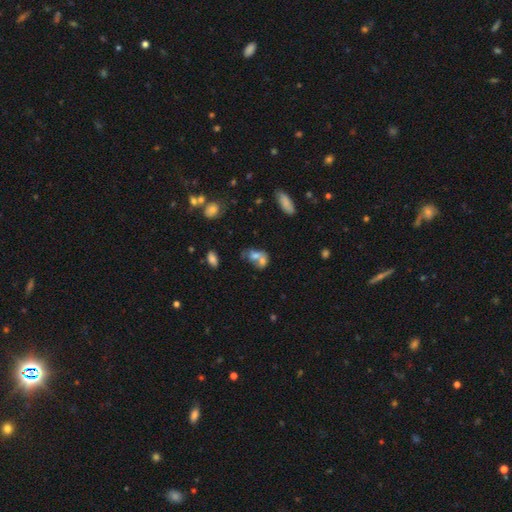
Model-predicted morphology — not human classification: Smooth or featured: smooth — 62% (featured or disk — 26%)
How rounded: in between — 67% (round — 31%)
Merging: merger — 66% (none — 19%)